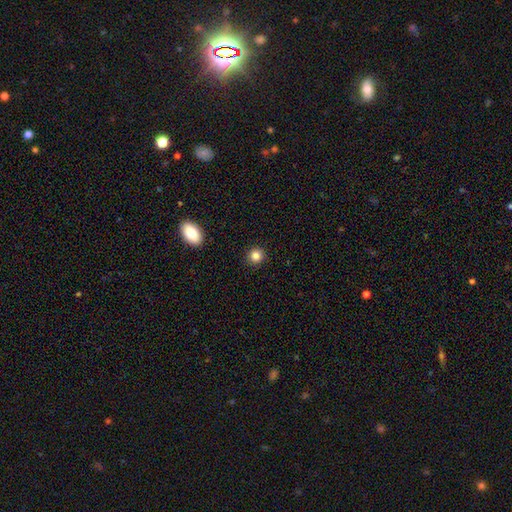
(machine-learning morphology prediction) Q: Smooth or featured?
A: smooth (84%); runner-up: star or artifact (11%)
Q: How rounded?
A: round (90%); runner-up: in between (9%)
Q: Merging?
A: none (91%); runner-up: minor disturbance (5%)